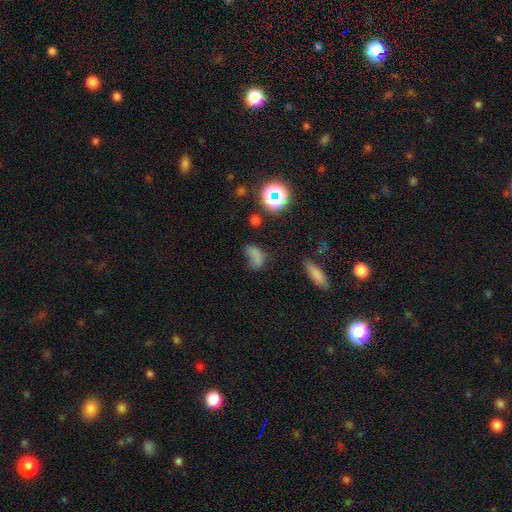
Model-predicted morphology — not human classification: Smooth or featured: smooth — 62% (star or artifact — 23%)
How rounded: in between — 77% (round — 19%)
Merging: none — 39% (major disturbance — 25%)